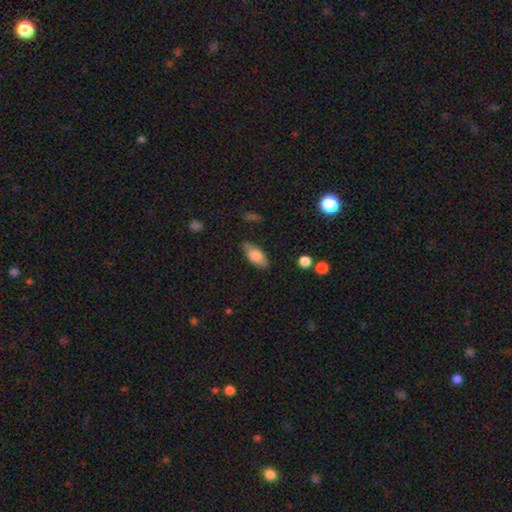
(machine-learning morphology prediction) smooth-or-featured: smooth: 79% | featured or disk: 14% | star or artifact: 7%
  how-rounded: in between: 87% | cigar-shaped: 10% | round: 3%
  merging: none: 77% | minor disturbance: 17% | major disturbance: 4% | merger: 2%